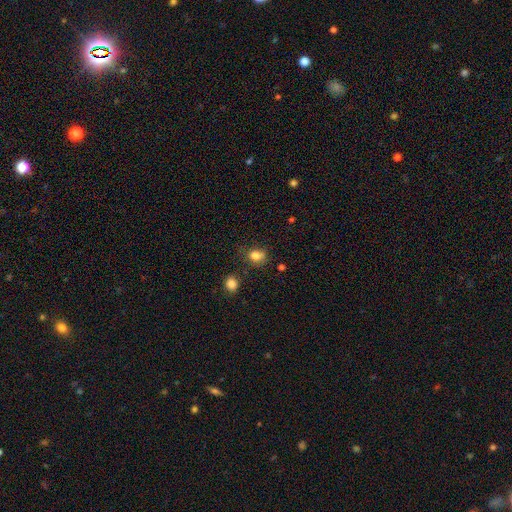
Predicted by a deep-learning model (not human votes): A smooth galaxy with no disk features (81%) that is round (52%).

Vote fractions:
- Smooth or featured? smooth: 81% / star or artifact: 12% / featured or disk: 7%
- How rounded? round: 52% / in between: 47% / cigar-shaped: 1%
- Merging? none: 65% / minor disturbance: 23% / major disturbance: 7% / merger: 5%